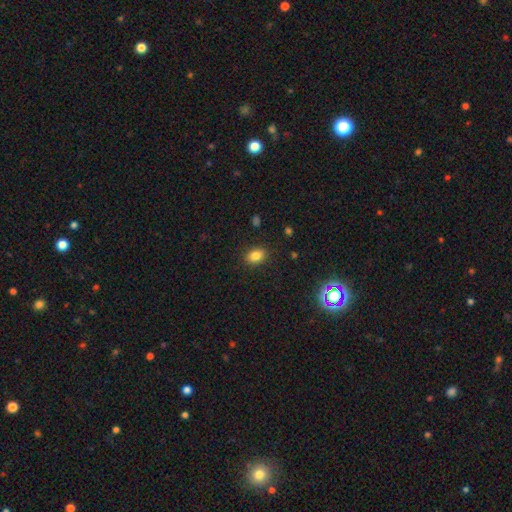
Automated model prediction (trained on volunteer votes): A smooth galaxy with no disk features (83%) that is in between round and cigar-shaped (70%). Merging: none (87%).